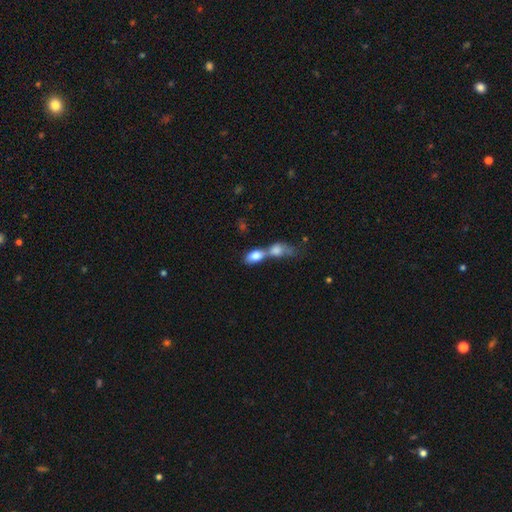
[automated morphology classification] smooth-or-featured: smooth: 81% | featured or disk: 12% | star or artifact: 7%
  how-rounded: in between: 85% | round: 9% | cigar-shaped: 6%
  merging: merger: 75% | none: 16% | minor disturbance: 6% | major disturbance: 4%